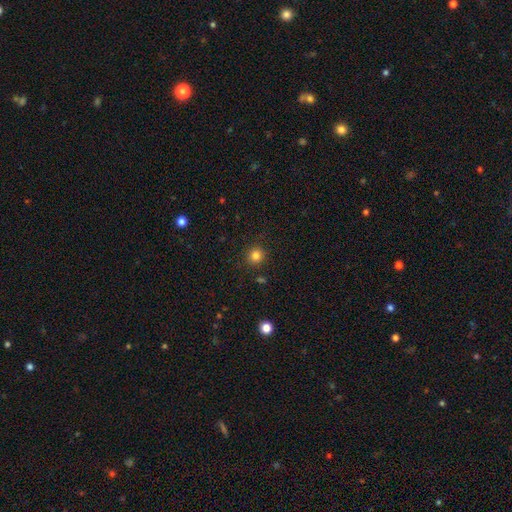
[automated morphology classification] Smooth or featured: smooth — 82% (star or artifact — 13%)
How rounded: round — 92% (in between — 7%)
Merging: none — 90% (minor disturbance — 6%)